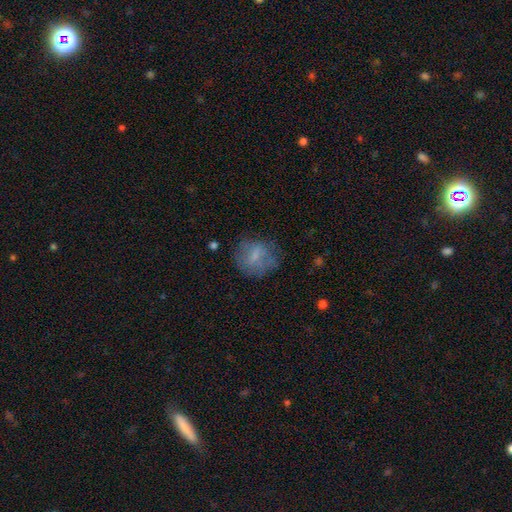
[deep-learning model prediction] Smooth or featured? Predicted: smooth (p=0.60). How rounded? Predicted: round (p=0.70). Merging? Predicted: none (p=0.63).